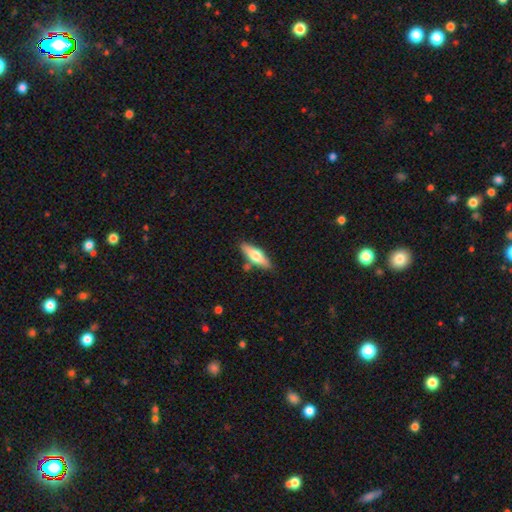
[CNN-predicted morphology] This appears to be a smooth galaxy with no disk features (56%) that is in between round and cigar-shaped (49%). Merging: none (79%).